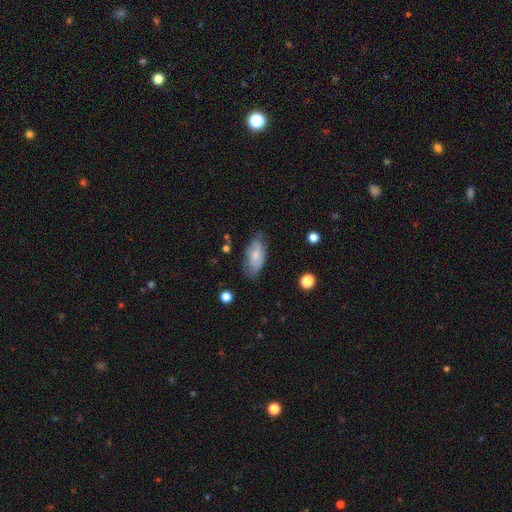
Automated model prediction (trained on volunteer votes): Morphology: type=smooth (53%); roundness=in between (91%); merging=none (65%).